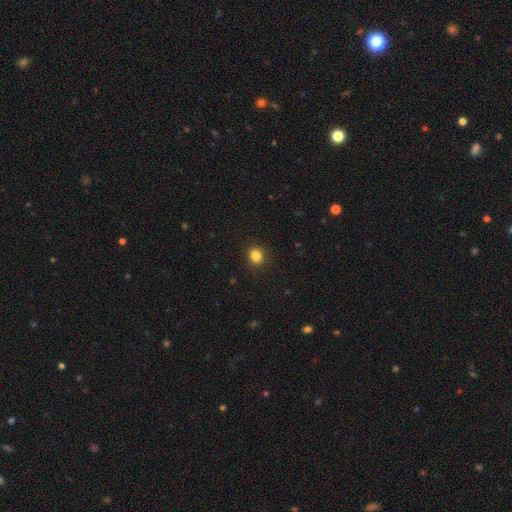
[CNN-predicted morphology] smooth-or-featured: smooth: 84% | star or artifact: 12% | featured or disk: 4%
  how-rounded: round: 76% | in between: 23% | cigar-shaped: 1%
  merging: none: 91% | minor disturbance: 6% | major disturbance: 2% | merger: 1%